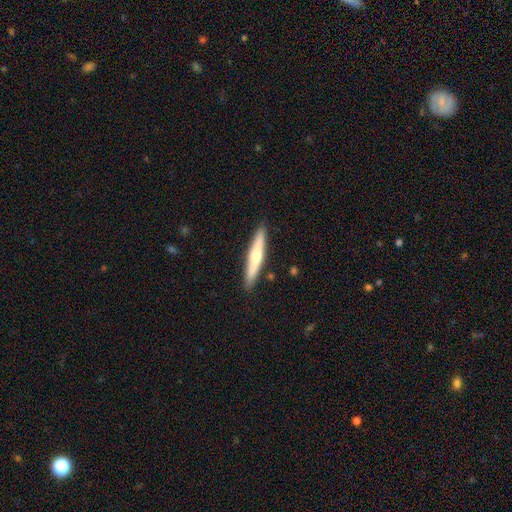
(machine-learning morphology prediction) Smooth or featured? Predicted: featured or disk (p=0.49). Merging? Predicted: none (p=0.90).